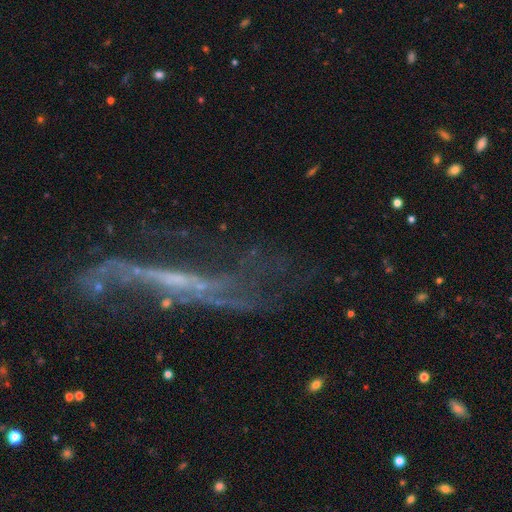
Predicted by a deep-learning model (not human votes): A featured or disk galaxy (73%). Merging: none (41%).